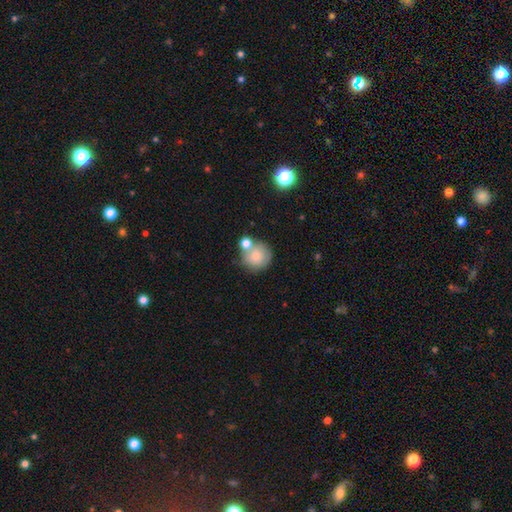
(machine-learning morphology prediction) smooth 79%, featured or disk 13%, star or artifact 8%. Down the decision tree: how rounded — round (89%); merging — none (52%).